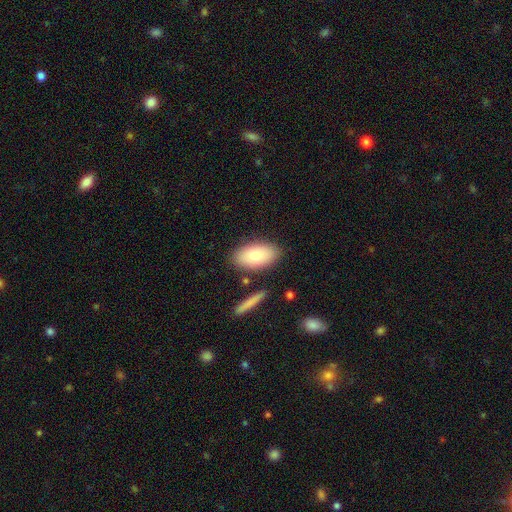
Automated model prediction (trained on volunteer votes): Morphology: type=smooth (78%); roundness=in between (93%); merging=none (83%).